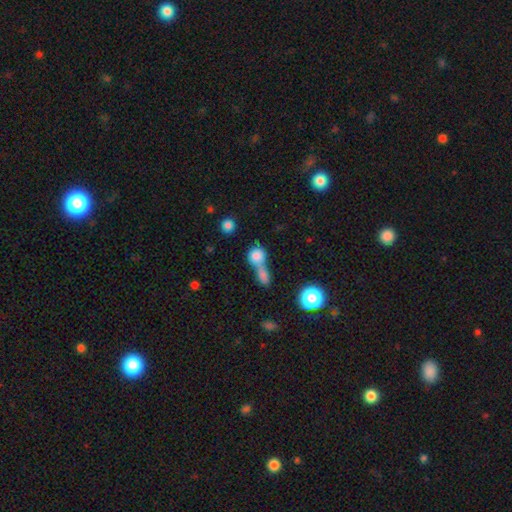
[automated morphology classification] Overall: smooth (80%). How rounded: round (77%). Merging: merger (61%; none 27%).